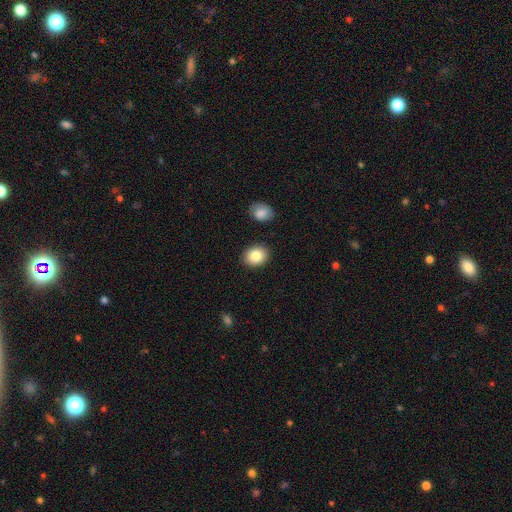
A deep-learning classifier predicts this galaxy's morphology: Smooth or featured? Predicted: smooth (p=0.84). How rounded? Predicted: round (p=0.54). Merging? Predicted: none (p=0.88).